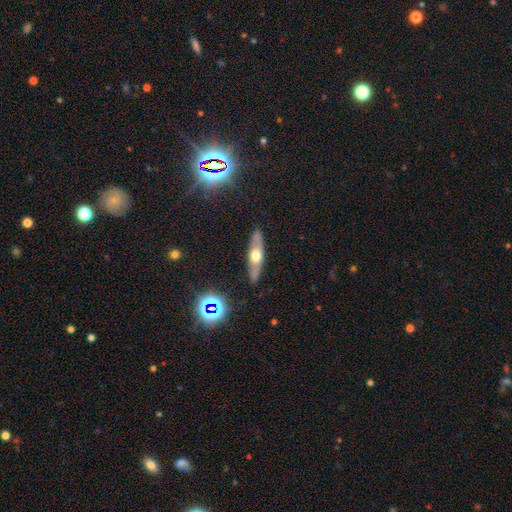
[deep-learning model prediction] The model was most divided on "smooth or featured": featured or disk: 56%, smooth: 36%, star or artifact: 8%. More confident: merging — none (87%); edge-on disk — yes (77%).